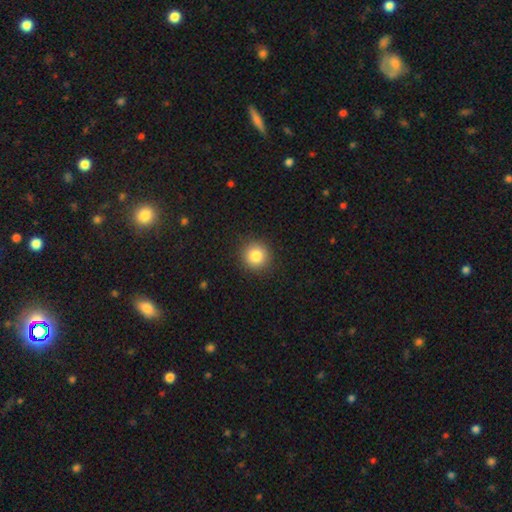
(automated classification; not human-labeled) Overall: smooth (84%). How rounded: round (93%). Merging: none (91%).